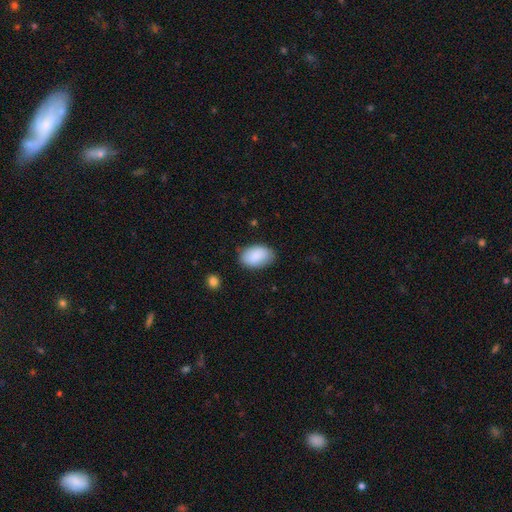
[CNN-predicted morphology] smooth 88%, star or artifact 6%, featured or disk 6%. Down the decision tree: how rounded — in between (92%); merging — none (80%).